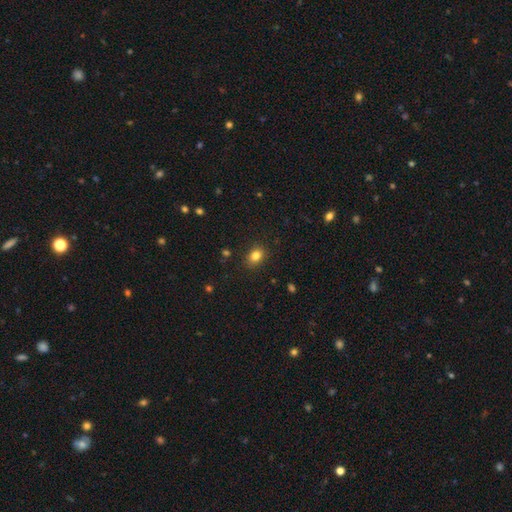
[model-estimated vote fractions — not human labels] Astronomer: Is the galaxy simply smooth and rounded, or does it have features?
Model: smooth — 82%.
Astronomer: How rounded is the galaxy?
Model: in between — 62%.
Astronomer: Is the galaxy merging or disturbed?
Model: none — 87%.